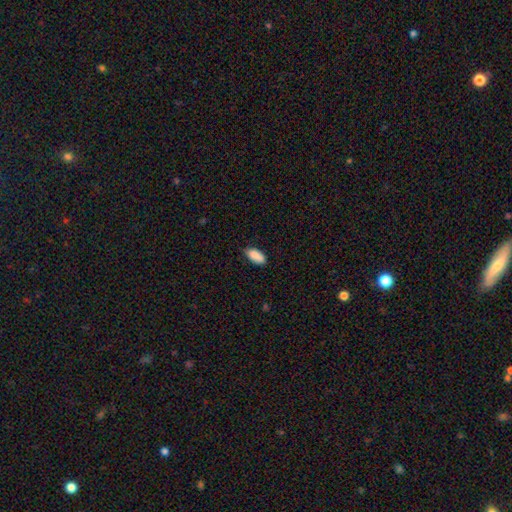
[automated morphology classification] Smooth or featured?
  - smooth: 90% *
  - star or artifact: 7%
  - featured or disk: 4%
How rounded?
  - in between: 91% *
  - cigar-shaped: 6%
  - round: 2%
Merging?
  - none: 80% *
  - minor disturbance: 17%
  - major disturbance: 2%
  - merger: 1%